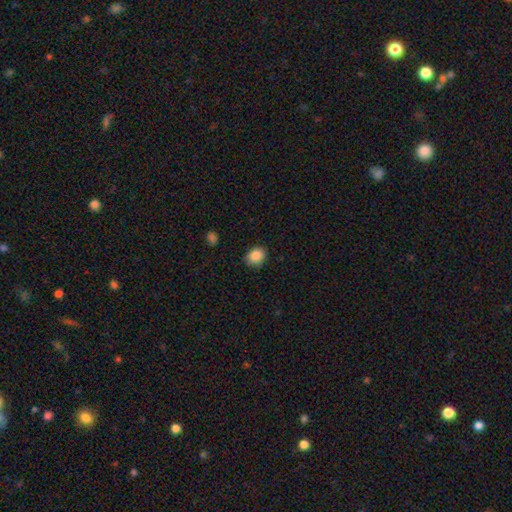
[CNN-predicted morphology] Smooth or featured? smooth (88%)
How rounded? round (58%)
Merging? none (85%)